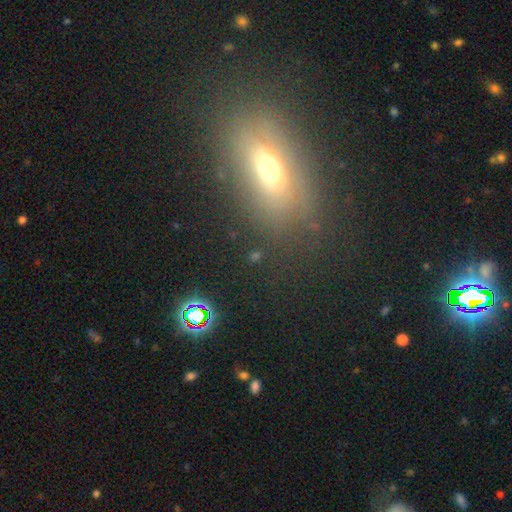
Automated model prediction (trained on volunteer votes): Q: Smooth or featured?
A: smooth (45%); runner-up: star or artifact (41%)
Q: Merging?
A: none (74%); runner-up: minor disturbance (11%)